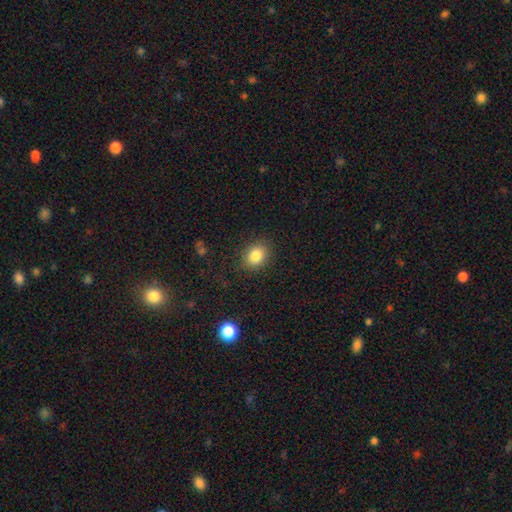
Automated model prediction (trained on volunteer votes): This appears to be a smooth galaxy with no disk features (83%) that is in between round and cigar-shaped (50%). Merging: none (85%).